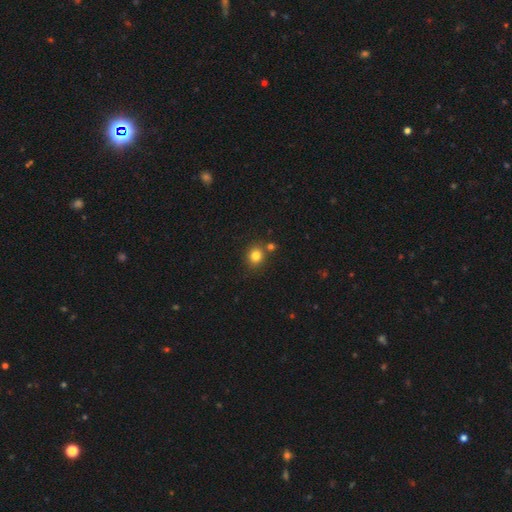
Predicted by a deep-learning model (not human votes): Morphology: type=smooth (81%); roundness=round (81%); merging=none (74%).